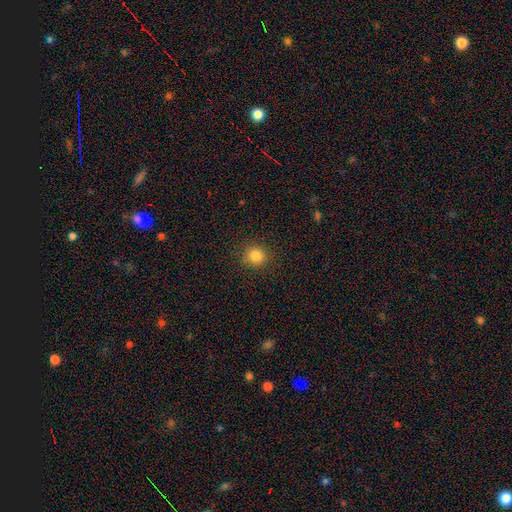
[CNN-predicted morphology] Smooth or featured? Predicted: smooth (p=0.83). How rounded? Predicted: round (p=0.89). Merging? Predicted: none (p=0.89).